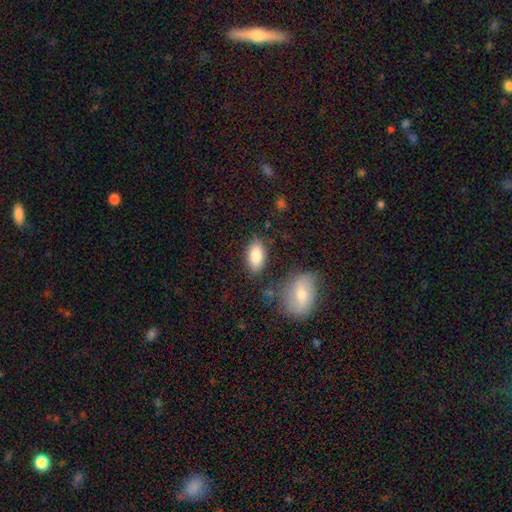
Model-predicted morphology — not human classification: smooth-or-featured: smooth: 85% | featured or disk: 9% | star or artifact: 6%
  how-rounded: in between: 92% | cigar-shaped: 4% | round: 4%
  merging: none: 78% | minor disturbance: 14% | merger: 5% | major disturbance: 4%